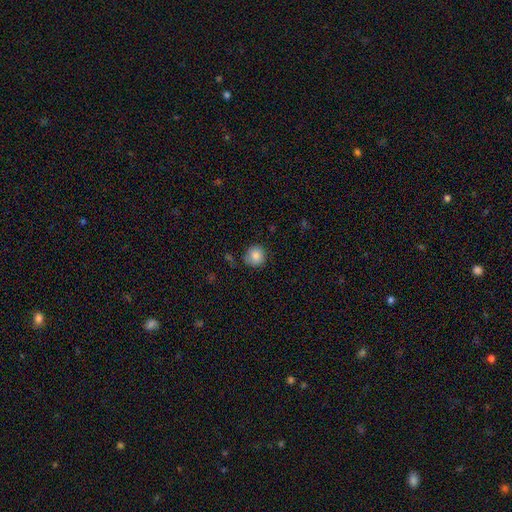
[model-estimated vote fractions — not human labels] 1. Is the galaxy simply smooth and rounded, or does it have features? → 85% smooth, 9% star or artifact, 6% featured or disk.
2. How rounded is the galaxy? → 92% round, 7% in between, 1% cigar-shaped.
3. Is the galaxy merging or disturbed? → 80% none, 15% minor disturbance, 3% major disturbance, 2% merger.